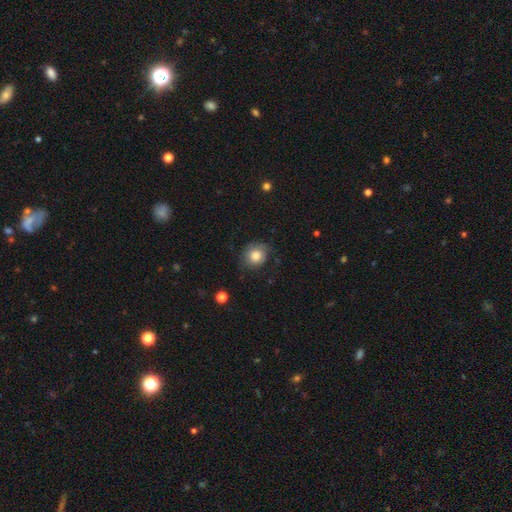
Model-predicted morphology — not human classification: Q: Smooth or featured?
A: smooth (77%); runner-up: featured or disk (14%)
Q: How rounded?
A: round (79%); runner-up: in between (20%)
Q: Merging?
A: none (66%); runner-up: minor disturbance (23%)